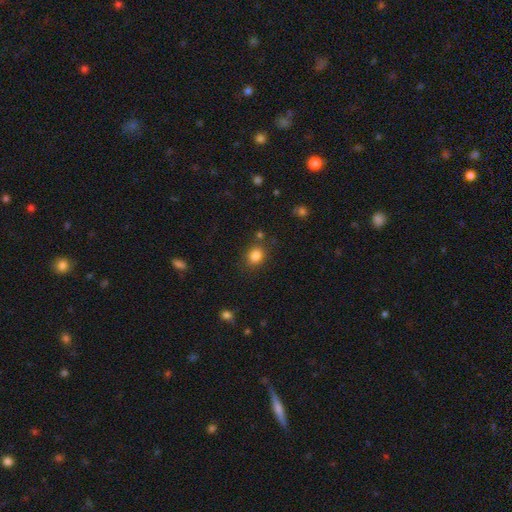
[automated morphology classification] A smooth galaxy with no disk features (84%) that is round (53%).

Vote fractions:
- Smooth or featured? smooth: 84% / star or artifact: 11% / featured or disk: 5%
- How rounded? round: 53% / in between: 46% / cigar-shaped: 1%
- Merging? none: 79% / minor disturbance: 12% / merger: 5% / major disturbance: 4%